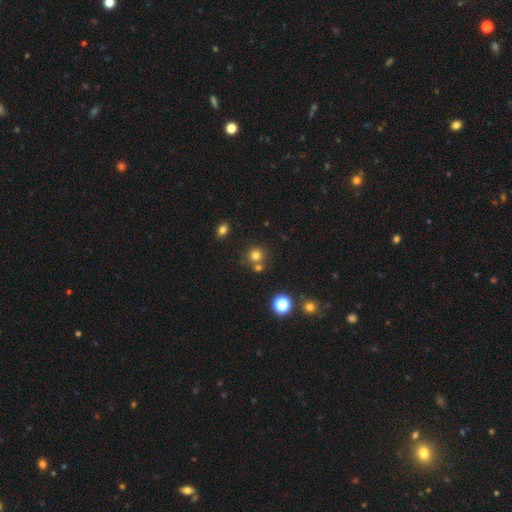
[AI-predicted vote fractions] A smooth galaxy with no disk features (74%) that is round (91%). Merging: none (65%).